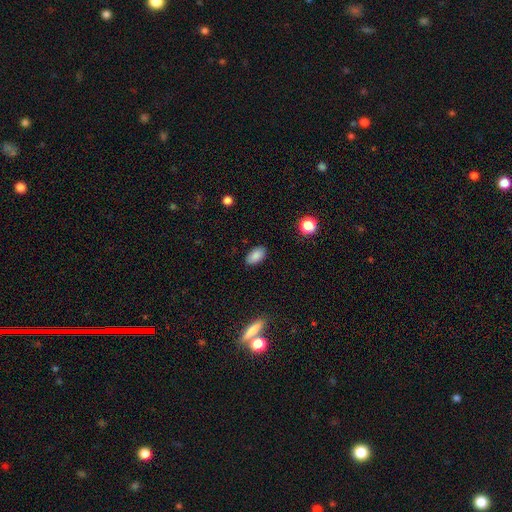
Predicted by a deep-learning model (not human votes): Overall: smooth (87%). How rounded: in between (93%). Merging: none (88%).